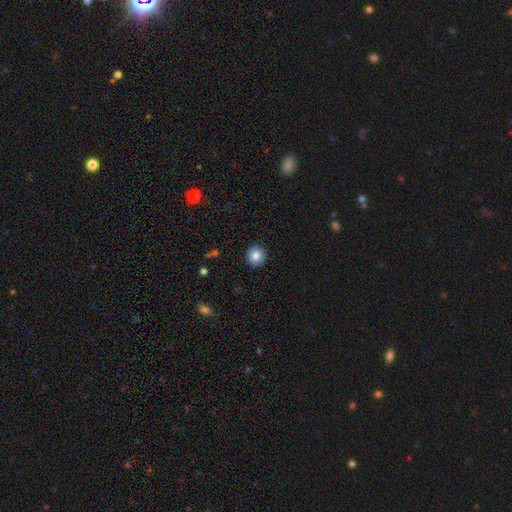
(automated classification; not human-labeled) Q: Smooth or featured?
A: smooth (84%); runner-up: star or artifact (9%)
Q: How rounded?
A: round (93%); runner-up: in between (6%)
Q: Merging?
A: none (92%); runner-up: minor disturbance (5%)